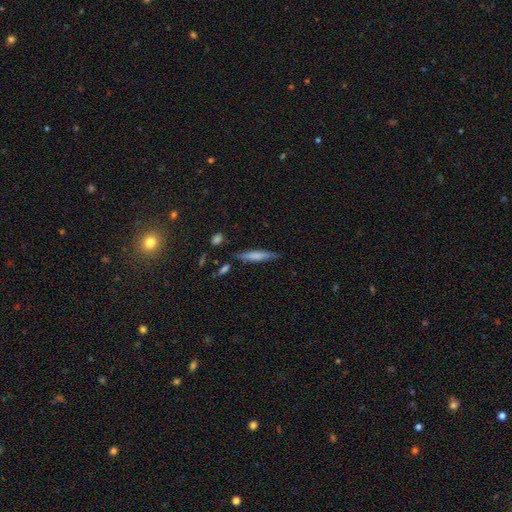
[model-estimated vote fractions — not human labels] Q: Smooth or featured?
A: smooth (66%); runner-up: featured or disk (27%)
Q: How rounded?
A: cigar-shaped (84%); runner-up: in between (14%)
Q: Merging?
A: none (77%); runner-up: minor disturbance (15%)